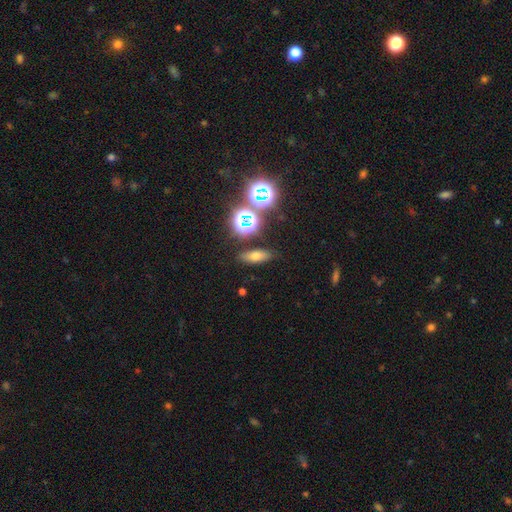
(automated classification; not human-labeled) Smooth or featured: smooth — 58% (star or artifact — 26%)
How rounded: in between — 60% (cigar-shaped — 27%)
Merging: none — 84% (minor disturbance — 9%)